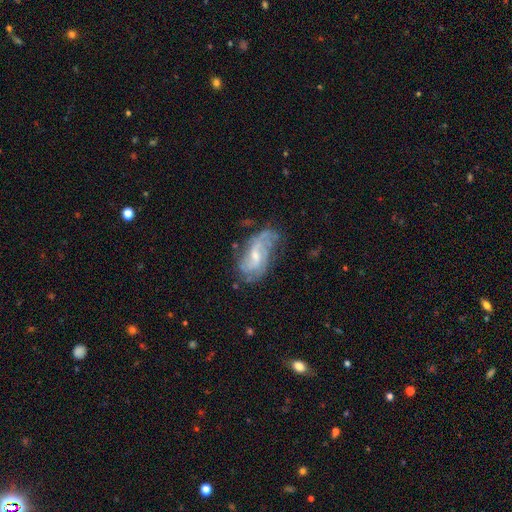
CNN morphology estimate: This is likely a featured or disk galaxy (74%). It is clearly not viewed edge-on (94%). Bar: possibly weak (53%). Spiral arm pattern: clearly yes (84%). Spiral arm count: marginally 2 (43%). Spiral winding: marginally medium (41%). Central bulge: possibly small (48%). Merging: possibly none (49%).